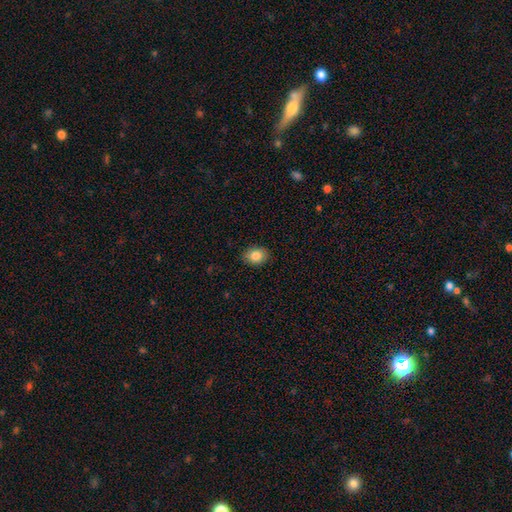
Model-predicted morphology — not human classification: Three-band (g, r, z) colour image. It shows a smooth galaxy with no disk features (85%) that is in between round and cigar-shaped (61%). Merging: none (88%).